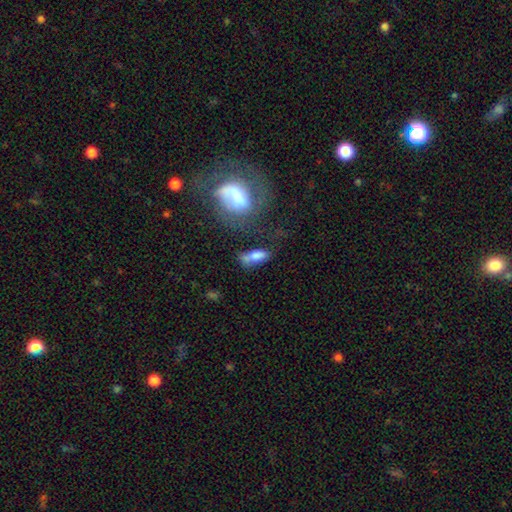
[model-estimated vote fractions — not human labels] The model was most divided on "merging": none: 38%, merger: 27%, minor disturbance: 21%, major disturbance: 15%. More confident: smooth or featured — smooth (73%); how rounded — in between (69%).